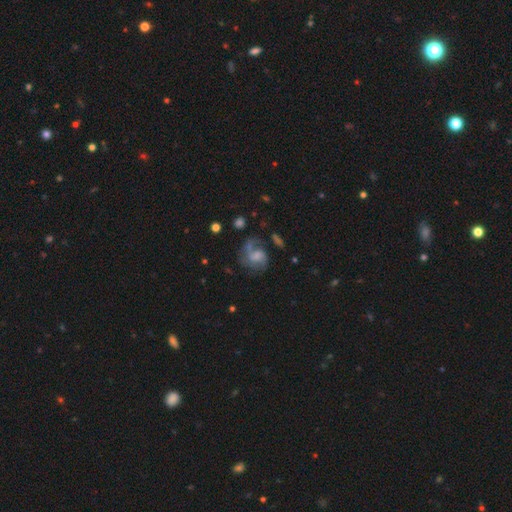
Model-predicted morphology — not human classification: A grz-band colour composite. It shows a featured or disk galaxy (63%) with no bar (59%), 2 (43%) medium (45%) spiral arms (83%) and no central bulge (33%). Merging: none (41%).